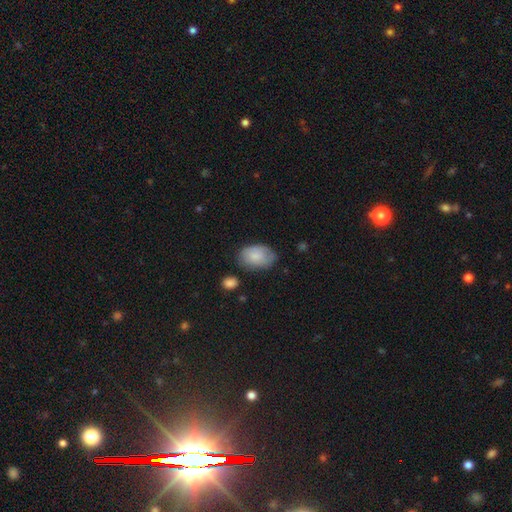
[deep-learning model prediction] A smooth galaxy with no disk features (79%) that is in between round and cigar-shaped (89%). Merging: none (68%).